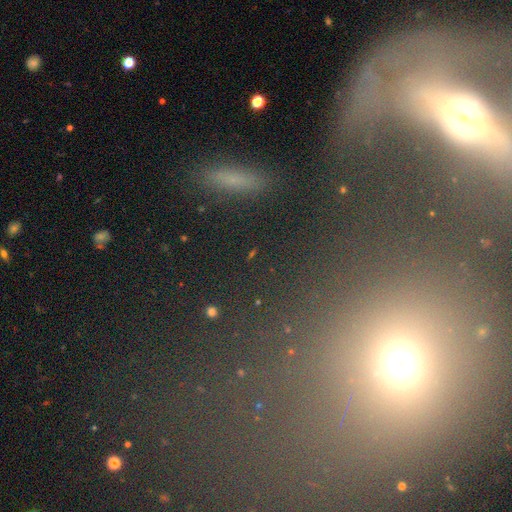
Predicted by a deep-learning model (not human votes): Q: Smooth or featured?
A: smooth (38%); runner-up: star or artifact (32%)
Q: Merging?
A: none (67%); runner-up: minor disturbance (12%)